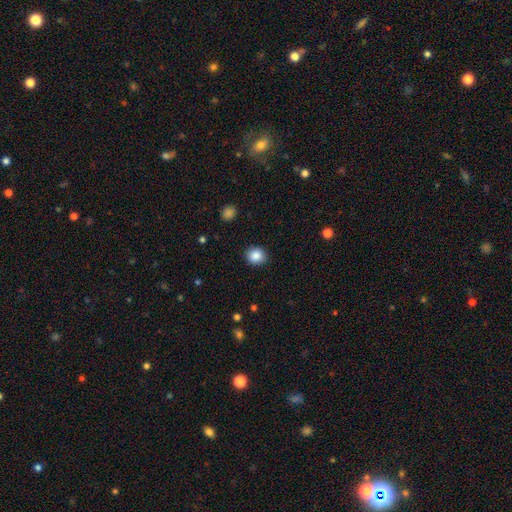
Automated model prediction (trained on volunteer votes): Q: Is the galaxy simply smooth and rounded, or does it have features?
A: smooth — 87%.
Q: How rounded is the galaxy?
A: round — 81%.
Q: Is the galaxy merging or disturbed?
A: none — 90%.